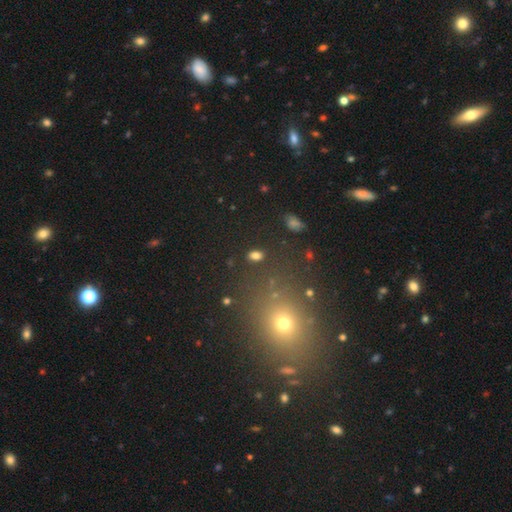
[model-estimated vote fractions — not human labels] smooth 79%, star or artifact 14%, featured or disk 7%. Down the decision tree: how rounded — in between (85%); merging — none (84%).